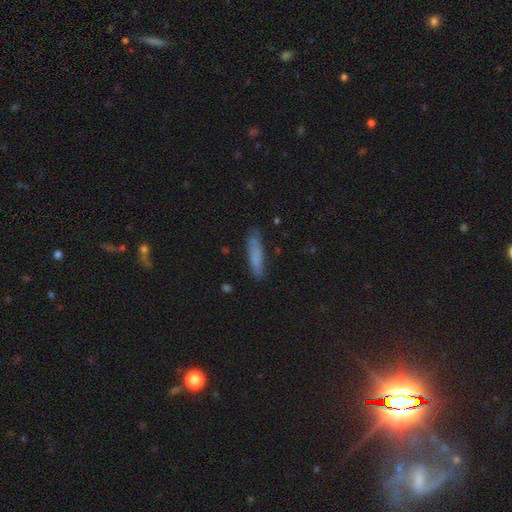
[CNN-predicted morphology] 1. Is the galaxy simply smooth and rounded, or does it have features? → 76% smooth, 15% featured or disk, 8% star or artifact.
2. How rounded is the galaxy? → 79% cigar-shaped, 19% in between, 2% round.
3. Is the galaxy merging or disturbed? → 79% none, 16% minor disturbance, 3% major disturbance, 2% merger.